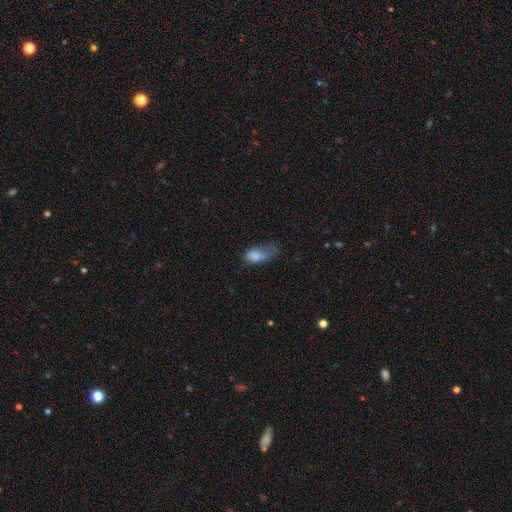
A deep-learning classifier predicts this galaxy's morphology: This appears to be a smooth galaxy with no disk features (76%) that is in between round and cigar-shaped (89%). Merging: major disturbance (40%).